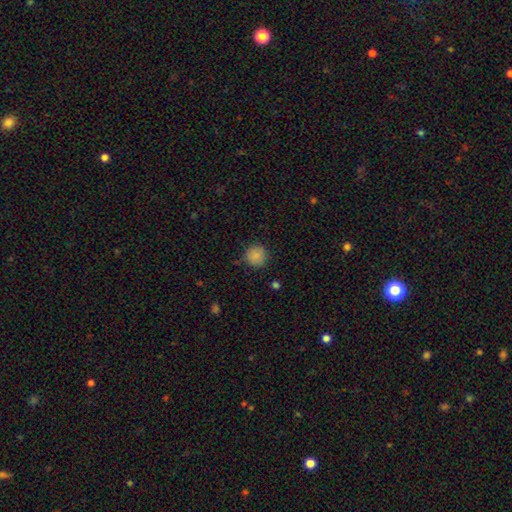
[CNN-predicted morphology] type=smooth (87%); roundness=round (93%); merging=none (86%).